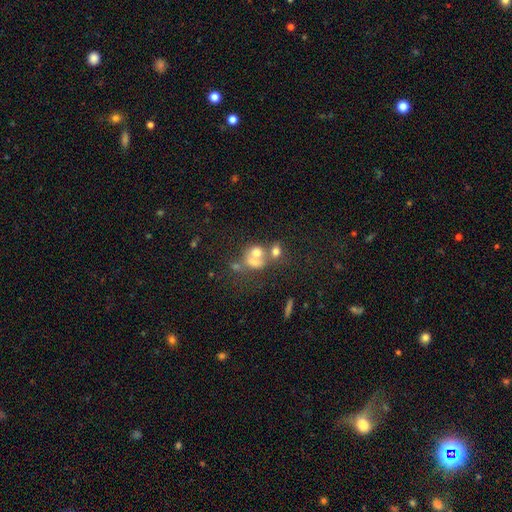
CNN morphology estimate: This appears to be a smooth galaxy with no disk features (61%) that is round (56%). Merging: merger (56%).